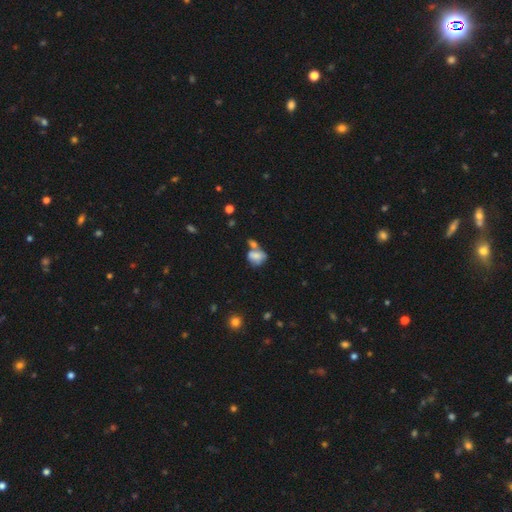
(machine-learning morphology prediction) This is likely a smooth galaxy (67%). How rounded: possibly in between (58%). Merging: marginally merger (45%).